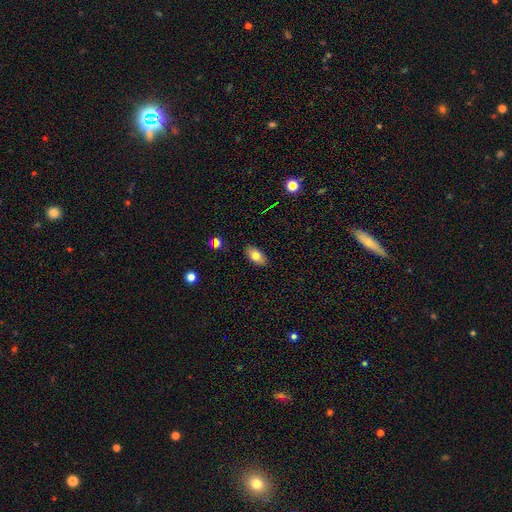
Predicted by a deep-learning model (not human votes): Q: Smooth or featured?
A: smooth (76%); runner-up: featured or disk (16%)
Q: How rounded?
A: in between (91%); runner-up: cigar-shaped (5%)
Q: Merging?
A: none (87%); runner-up: minor disturbance (9%)